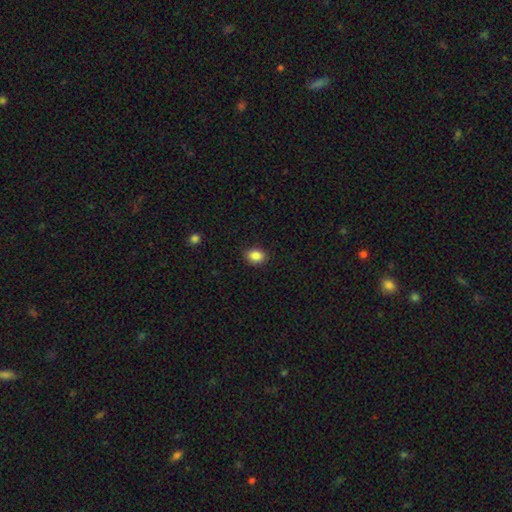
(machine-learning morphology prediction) The model was most divided on "how rounded": in between: 60%, round: 39%, cigar-shaped: 1%. More confident: merging — none (88%); smooth or featured — smooth (87%).